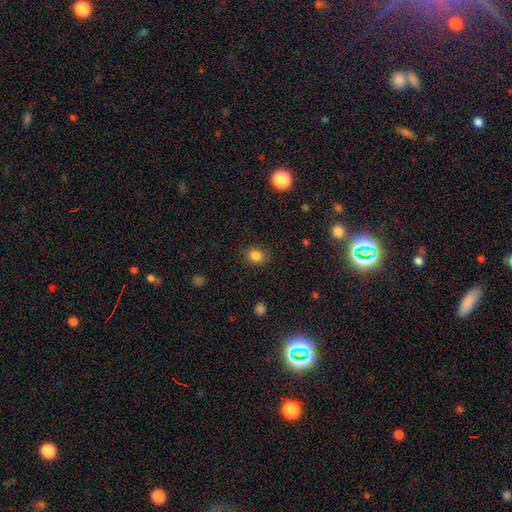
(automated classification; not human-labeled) smooth 84%, star or artifact 11%, featured or disk 5%. Down the decision tree: how rounded — round (69%); merging — none (84%).